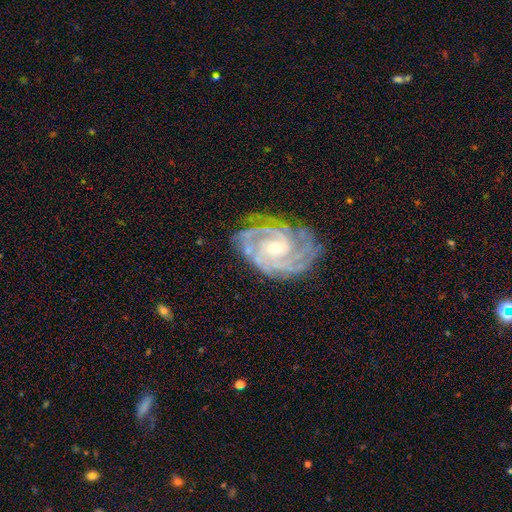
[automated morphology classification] featured or disk 92%, star or artifact 5%, smooth 3%. Down the decision tree: edge-on disk — no (97%); bar — no (57%); spiral arms — yes (98%); spiral arm count — 3 (31%); spiral winding — tight (73%); bulge size — small (58%); merging — none (74%).